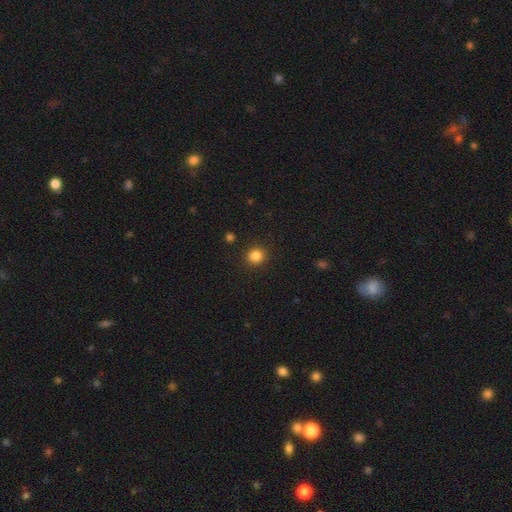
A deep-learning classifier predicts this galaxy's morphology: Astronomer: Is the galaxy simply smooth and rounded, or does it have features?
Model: smooth — 85%.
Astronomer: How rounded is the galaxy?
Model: round — 88%.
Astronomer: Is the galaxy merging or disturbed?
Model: none — 91%.